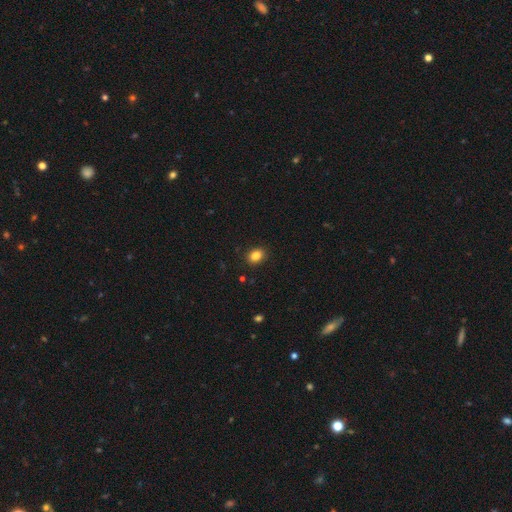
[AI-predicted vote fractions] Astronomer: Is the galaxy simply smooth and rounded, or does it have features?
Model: smooth — 85%.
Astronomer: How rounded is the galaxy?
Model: in between — 65%.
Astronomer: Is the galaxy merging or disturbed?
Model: none — 89%.